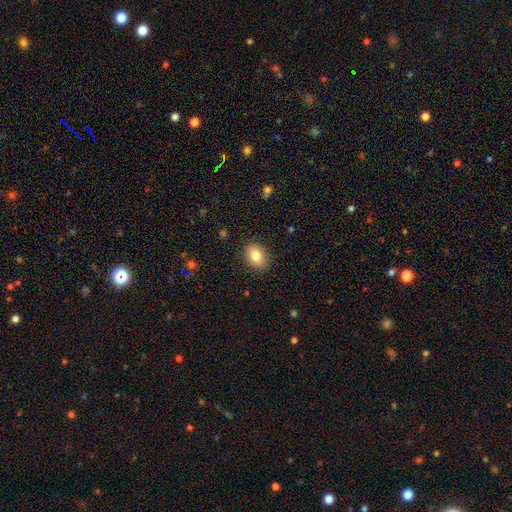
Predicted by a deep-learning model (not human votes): Smooth or featured?
  - smooth: 81% *
  - featured or disk: 10%
  - star or artifact: 9%
How rounded?
  - in between: 70% *
  - round: 29%
  - cigar-shaped: 1%
Merging?
  - none: 87% *
  - minor disturbance: 9%
  - major disturbance: 2%
  - merger: 1%